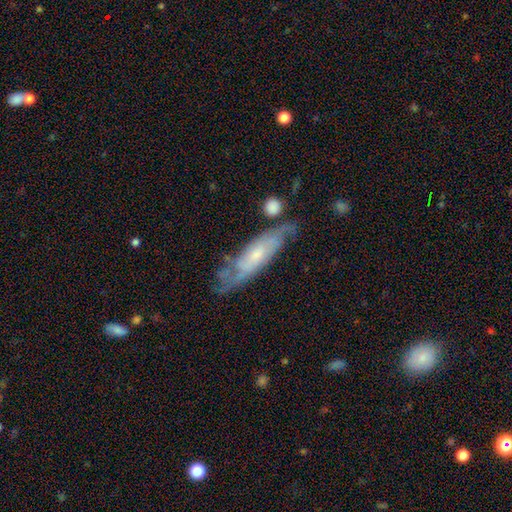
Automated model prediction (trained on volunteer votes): featured or disk 69%, smooth 24%, star or artifact 7%. Down the decision tree: edge-on disk — no (72%); bar — no (67%); spiral arms — yes (85%); bulge size — small (54%); merging — none (59%).